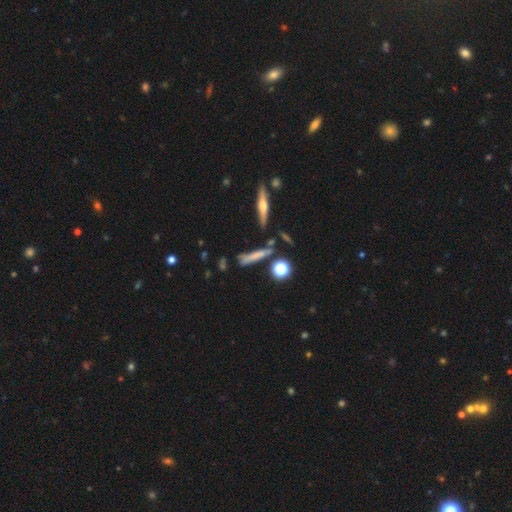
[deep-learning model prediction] Overall: smooth (59%; featured or disk 26%). How rounded: cigar-shaped (75%). Merging: none (67%).